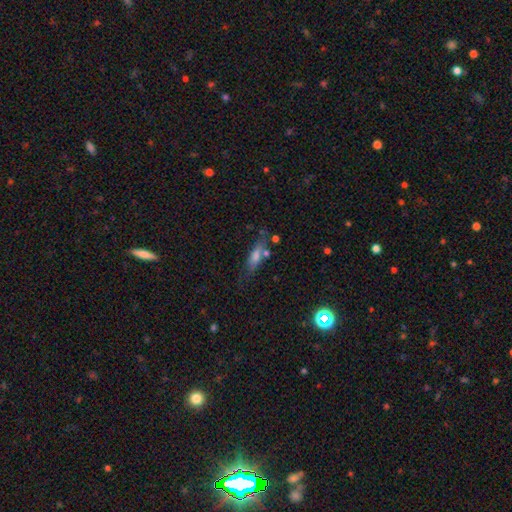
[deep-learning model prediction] Smooth or featured: smooth — 58% (featured or disk — 30%)
How rounded: cigar-shaped — 57% (in between — 40%)
Merging: none — 63% (minor disturbance — 19%)